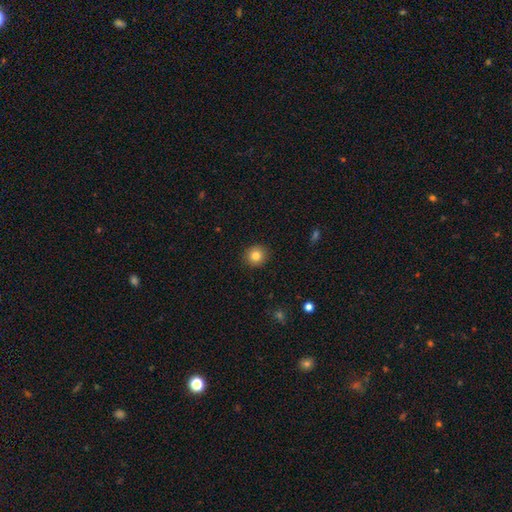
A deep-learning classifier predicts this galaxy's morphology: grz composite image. It shows a smooth galaxy with no disk features (82%) that is round (88%). Merging: none (92%).